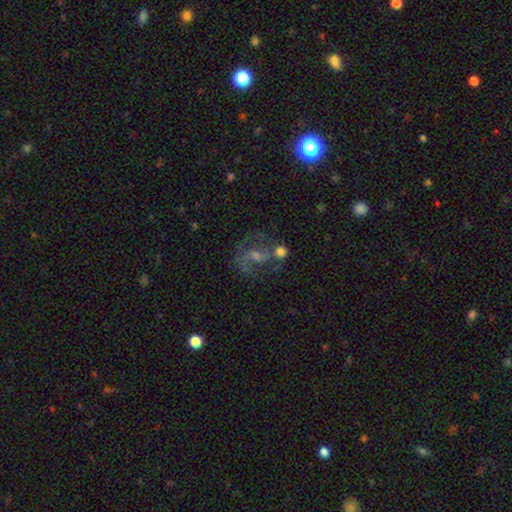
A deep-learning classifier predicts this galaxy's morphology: Smooth or featured? featured or disk (62%)
Edge-on disk? no (97%)
Bar? weak (44%)
Spiral arms? yes (78%)
Bulge size? small (45%)
Merging? none (46%)